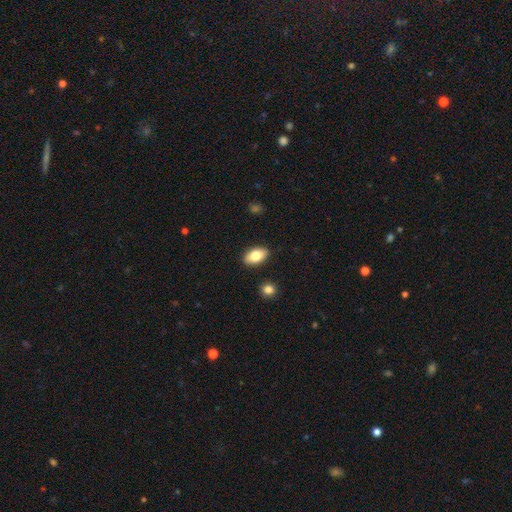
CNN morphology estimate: A smooth galaxy with no disk features (80%) that is in between round and cigar-shaped (92%). Merging: none (87%).